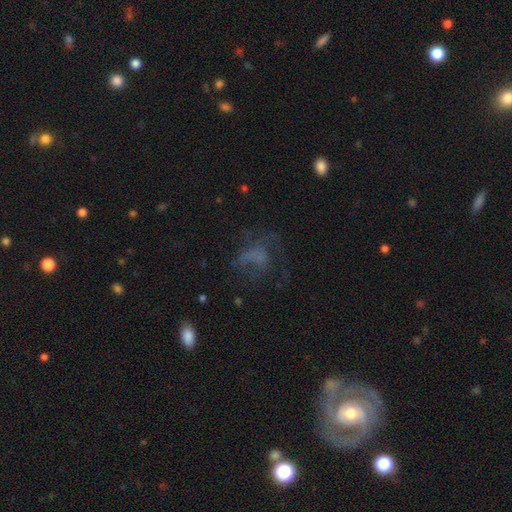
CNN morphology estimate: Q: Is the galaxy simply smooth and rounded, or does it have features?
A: featured or disk — 39%.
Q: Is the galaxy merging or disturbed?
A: none — 41%.